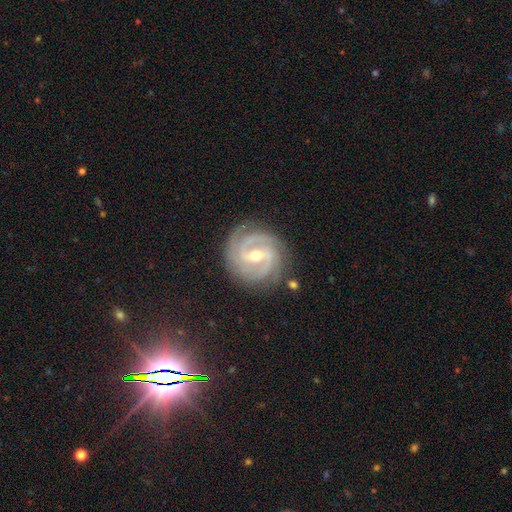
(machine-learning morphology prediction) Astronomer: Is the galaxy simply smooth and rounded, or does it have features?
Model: featured or disk — 91%.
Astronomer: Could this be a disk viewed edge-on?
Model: no — 97%.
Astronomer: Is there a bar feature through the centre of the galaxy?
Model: weak — 47% (runner-up: strong, 37%).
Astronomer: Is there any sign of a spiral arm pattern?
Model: yes — 98%.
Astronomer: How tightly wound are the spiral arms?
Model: tight — 67%.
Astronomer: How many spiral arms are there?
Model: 3 — 37% (runner-up: 2, 36%).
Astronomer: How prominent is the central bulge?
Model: moderate — 62%.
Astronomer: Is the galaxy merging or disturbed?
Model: none — 82%.